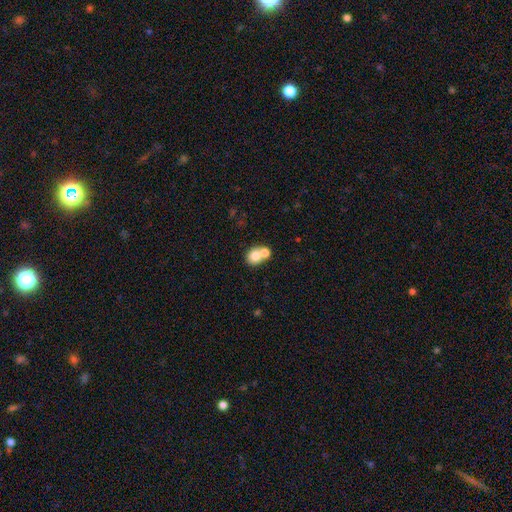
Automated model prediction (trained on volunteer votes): The model was most divided on "merging": merger: 57%, none: 34%, minor disturbance: 7%, major disturbance: 3%. More confident: smooth or featured — smooth (77%); how rounded — round (68%).